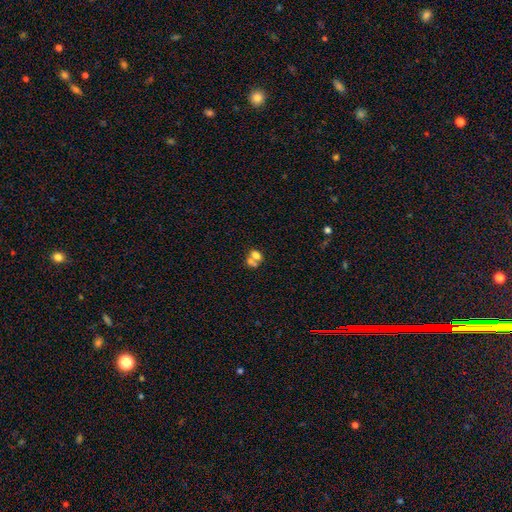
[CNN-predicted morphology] Smooth or featured?
  - smooth: 65% *
  - featured or disk: 20%
  - star or artifact: 15%
How rounded?
  - in between: 56% *
  - round: 42%
  - cigar-shaped: 1%
Merging?
  - merger: 57% *
  - none: 30%
  - minor disturbance: 8%
  - major disturbance: 5%